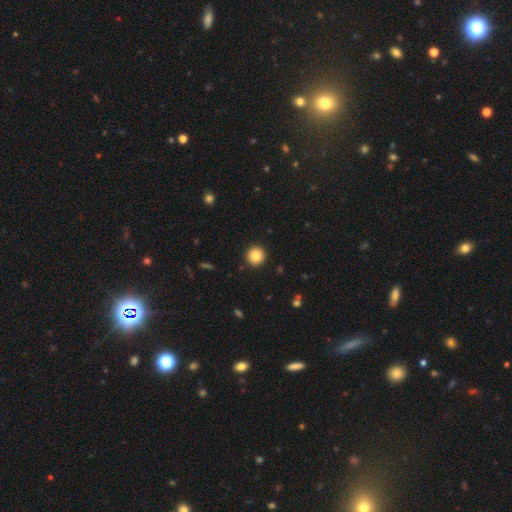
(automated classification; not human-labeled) Smooth or featured? Predicted: smooth (p=0.86). How rounded? Predicted: round (p=0.95). Merging? Predicted: none (p=0.93).